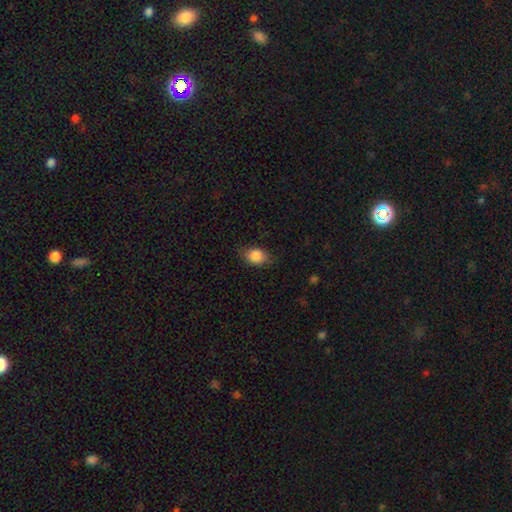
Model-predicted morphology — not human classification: Overall: smooth (86%). How rounded: in between (65%; round 33%). Merging: none (75%).